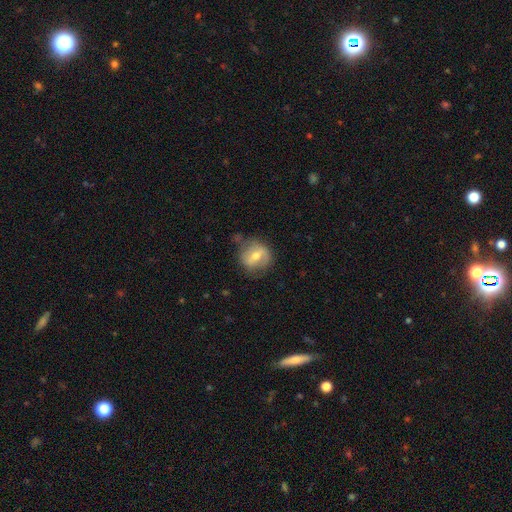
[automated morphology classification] Smooth or featured? featured or disk (47%)
Merging? none (65%)